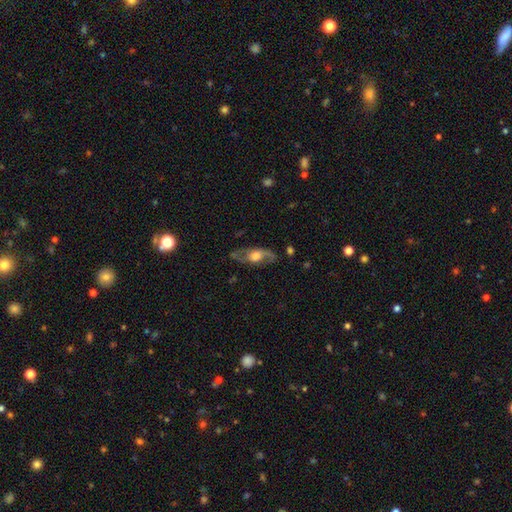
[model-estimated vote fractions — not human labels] The model was most divided on "smooth or featured": featured or disk: 64%, smooth: 30%, star or artifact: 7%. More confident: edge-on disk — no (76%); merging — none (68%).